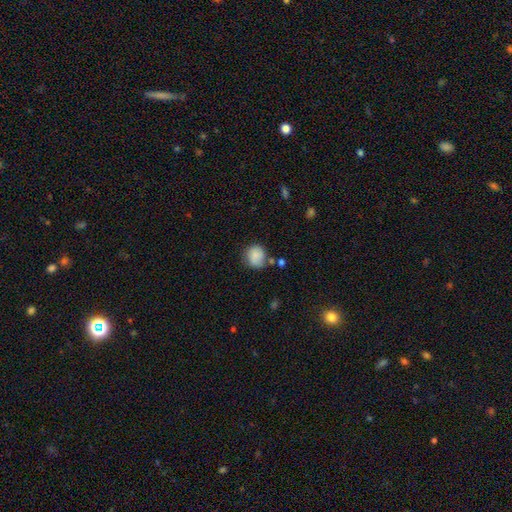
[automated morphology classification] smooth-or-featured: smooth: 83% | featured or disk: 8% | star or artifact: 8%
  how-rounded: round: 77% | in between: 22% | cigar-shaped: 1%
  merging: none: 67% | minor disturbance: 20% | merger: 7% | major disturbance: 6%